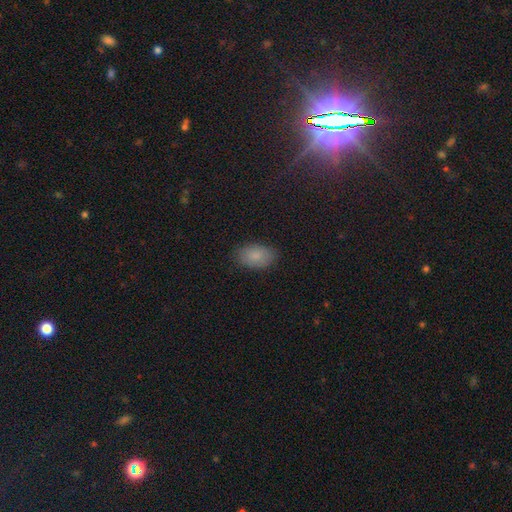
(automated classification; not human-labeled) smooth 86%, star or artifact 8%, featured or disk 6%. Down the decision tree: how rounded — in between (92%); merging — none (85%).